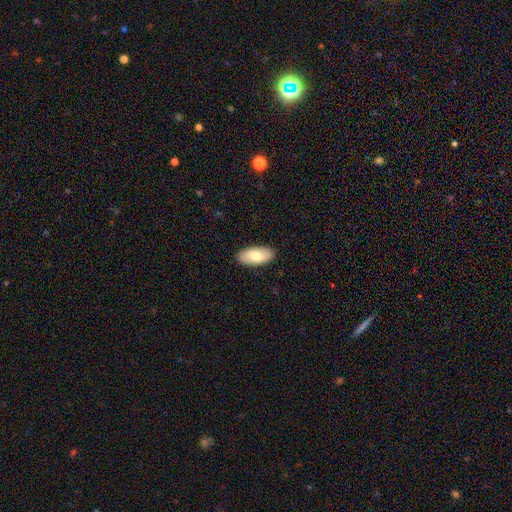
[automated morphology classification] Overall: smooth (74%). How rounded: in between (91%). Merging: none (89%).